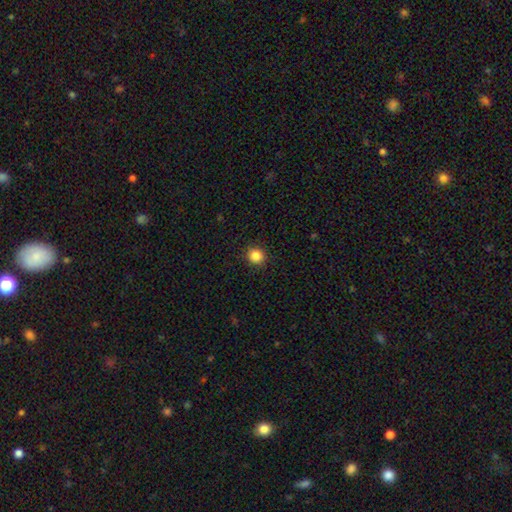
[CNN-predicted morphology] A smooth galaxy with no disk features (85%) that is round (89%). Merging: none (92%).